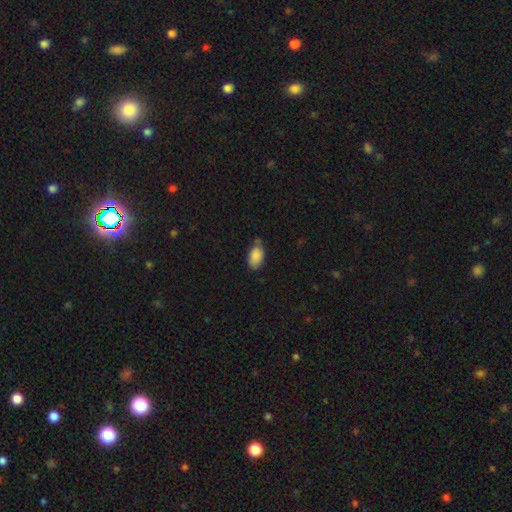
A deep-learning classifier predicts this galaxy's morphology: A smooth galaxy with no disk features (88%) that is in between round and cigar-shaped (93%). Merging: none (61%).